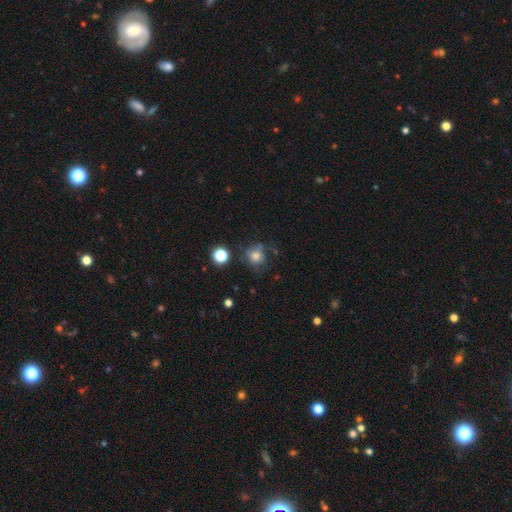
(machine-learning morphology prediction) This is likely a smooth galaxy (74%). How rounded: clearly round (81%). Merging: possibly none (60%).